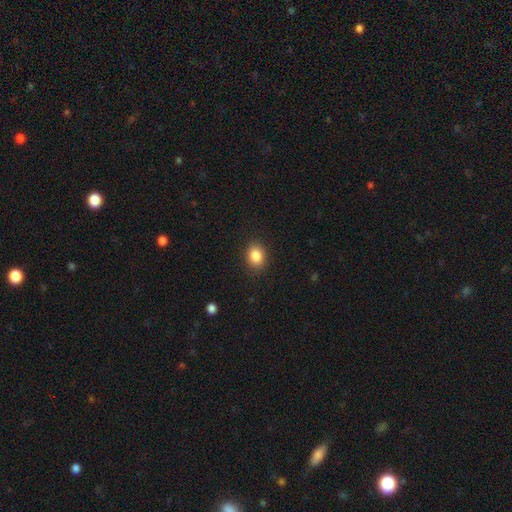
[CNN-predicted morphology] Q: Smooth or featured?
A: smooth (87%); runner-up: star or artifact (9%)
Q: How rounded?
A: in between (59%); runner-up: round (40%)
Q: Merging?
A: none (89%); runner-up: minor disturbance (8%)